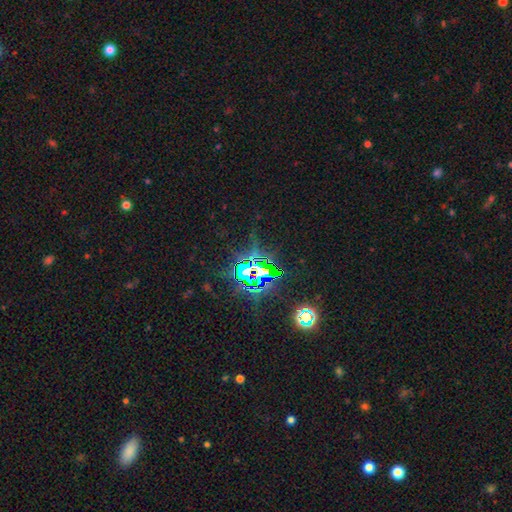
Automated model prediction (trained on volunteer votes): The model was most divided on "smooth or featured": star or artifact: 83%, featured or disk: 9%, smooth: 8%.